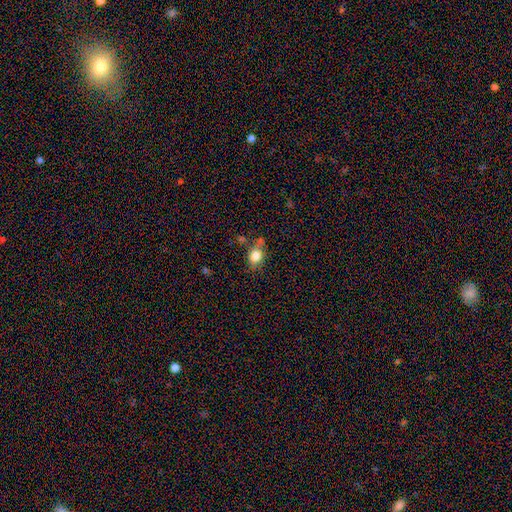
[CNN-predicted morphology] A smooth galaxy with no disk features (81%) that is in between round and cigar-shaped (57%).

Vote fractions:
- Smooth or featured? smooth: 81% / star or artifact: 10% / featured or disk: 10%
- How rounded? in between: 57% / round: 41% / cigar-shaped: 2%
- Merging? none: 60% / minor disturbance: 21% / merger: 13% / major disturbance: 6%